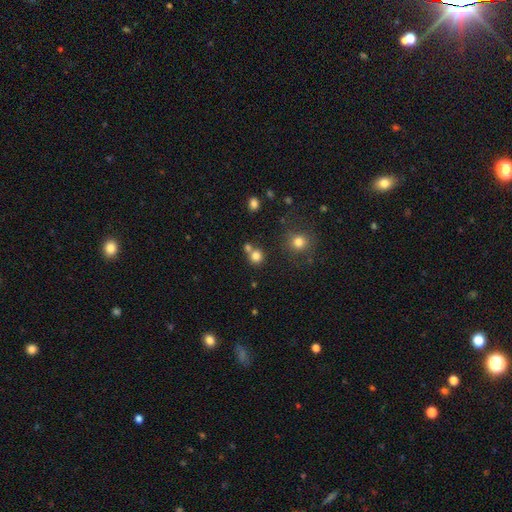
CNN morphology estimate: Overall: smooth (79%). How rounded: round (89%). Merging: none (62%; merger 27%).